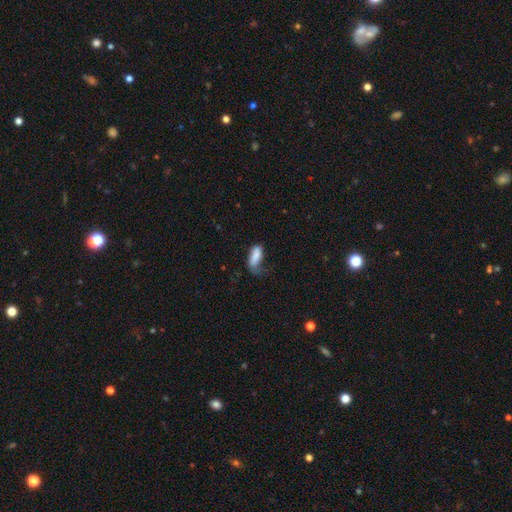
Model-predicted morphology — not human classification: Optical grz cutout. It shows a smooth galaxy with no disk features (78%) that is in between round and cigar-shaped (76%). Merging: major disturbance (37%).